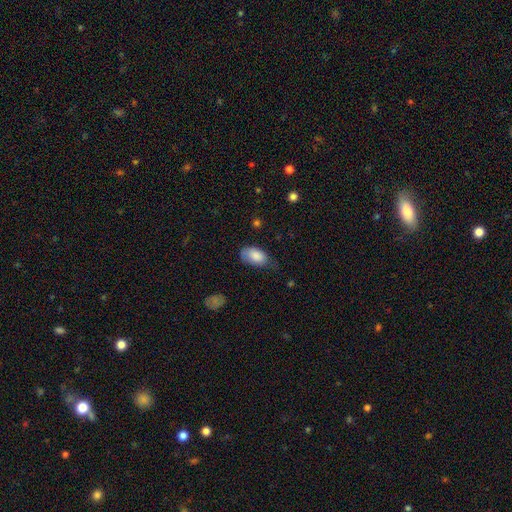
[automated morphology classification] smooth 85%, featured or disk 8%, star or artifact 7%. Down the decision tree: how rounded — in between (93%); merging — none (51%).